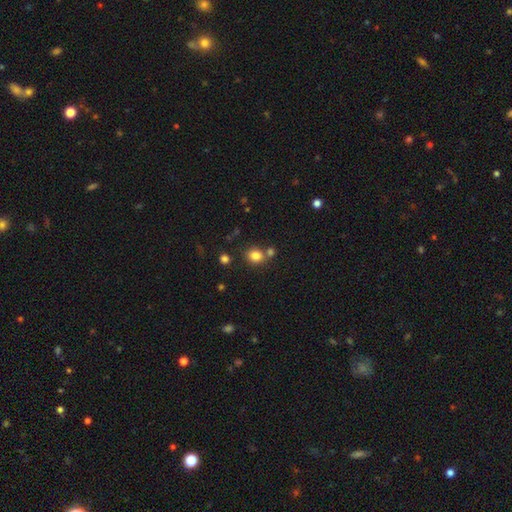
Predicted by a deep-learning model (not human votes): The model was most divided on "how rounded": round: 69%, in between: 30%, cigar-shaped: 1%. More confident: smooth or featured — smooth (82%); merging — none (67%).